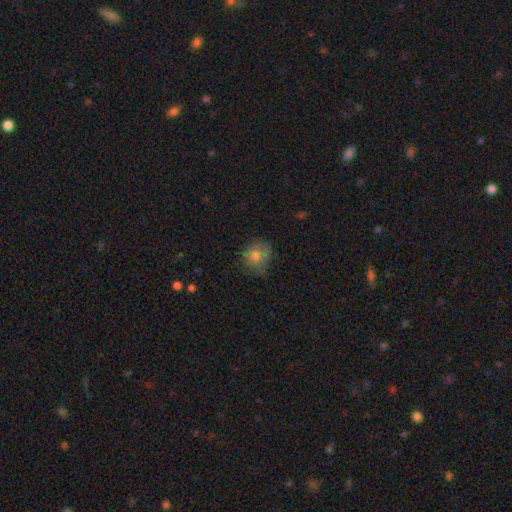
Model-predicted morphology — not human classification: Smooth or featured? Predicted: smooth (p=0.73). How rounded? Predicted: round (p=0.75). Merging? Predicted: none (p=0.62).